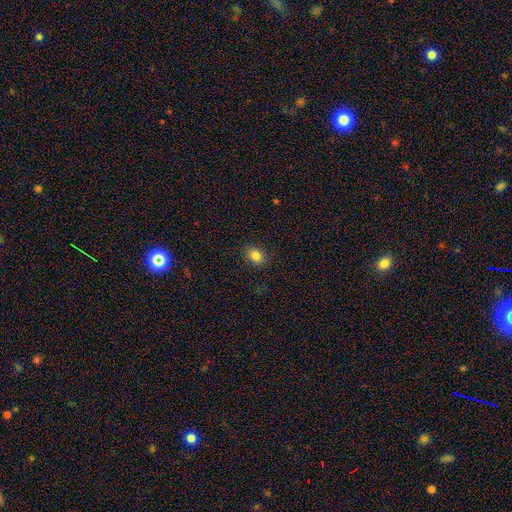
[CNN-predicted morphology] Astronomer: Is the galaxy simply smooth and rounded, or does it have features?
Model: smooth — 83%.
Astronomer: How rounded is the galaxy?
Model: round — 54% (runner-up: in between, 45%).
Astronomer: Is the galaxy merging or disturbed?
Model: none — 89%.